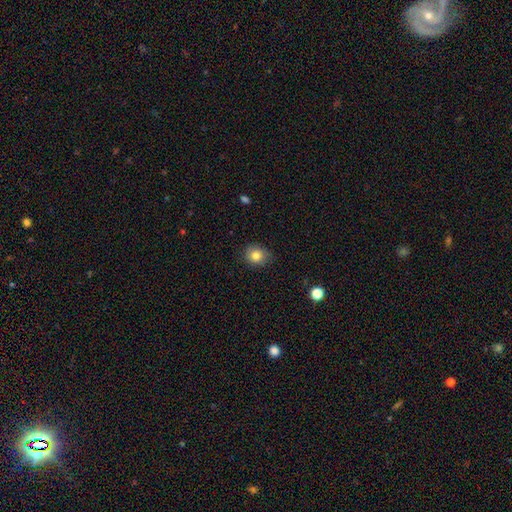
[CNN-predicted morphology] The model was most divided on "how rounded": round: 72%, in between: 28%, cigar-shaped: 1%. More confident: smooth or featured — smooth (81%); merging — none (80%).